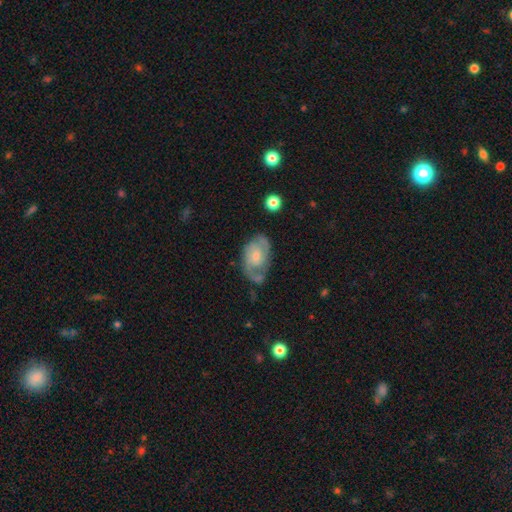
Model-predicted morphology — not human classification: This is likely a featured or disk galaxy (73%). It is clearly not viewed edge-on (96%). Bar: likely no (64%). Spiral arm pattern: clearly yes (89%). Spiral arm count: likely 2 (71%). Spiral winding: possibly medium (46%). Central bulge: marginally moderate (44%). Merging: possibly none (59%).